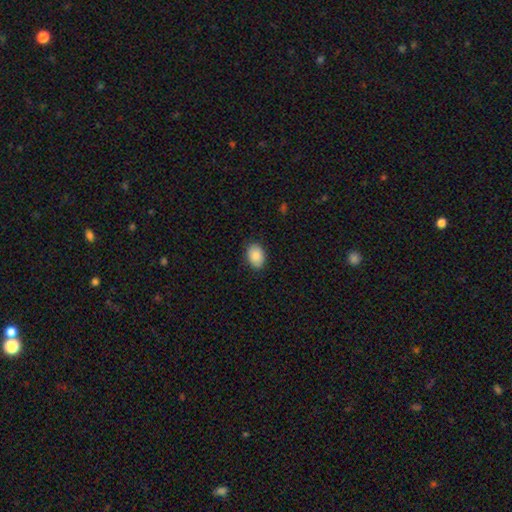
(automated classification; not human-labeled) The model was most divided on "how rounded": in between: 80%, round: 19%, cigar-shaped: 1%. More confident: smooth or featured — smooth (89%); merging — none (87%).